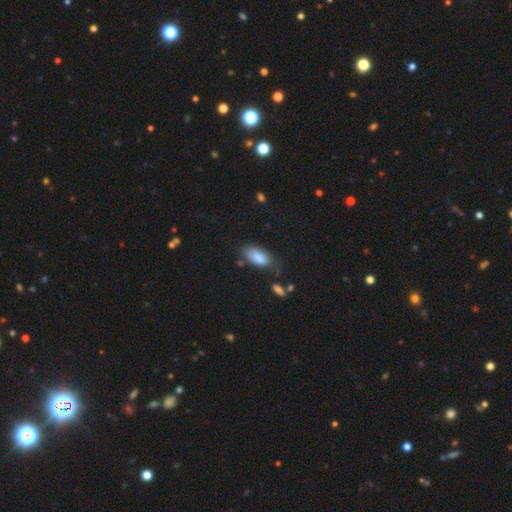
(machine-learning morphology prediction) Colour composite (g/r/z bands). It shows a smooth galaxy with no disk features (85%) that is in between round and cigar-shaped (89%). Merging: none (60%).